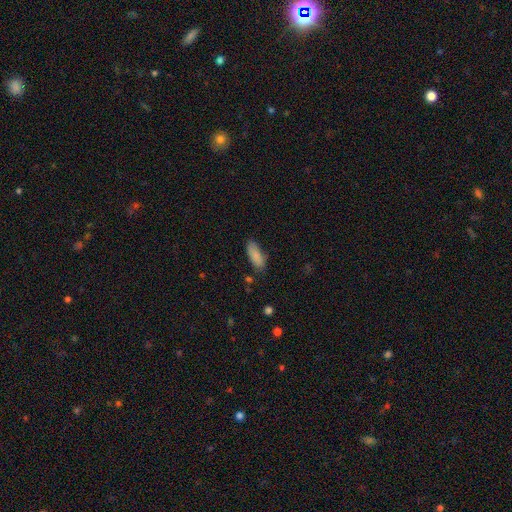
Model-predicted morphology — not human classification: This is clearly a smooth galaxy (88%). How rounded: likely in between (76%). Merging: likely none (76%).